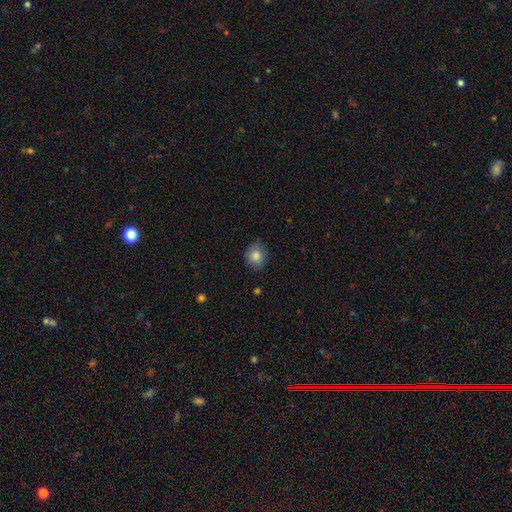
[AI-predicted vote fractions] This appears to be a smooth galaxy with no disk features (83%) that is round (67%). Merging: none (82%).